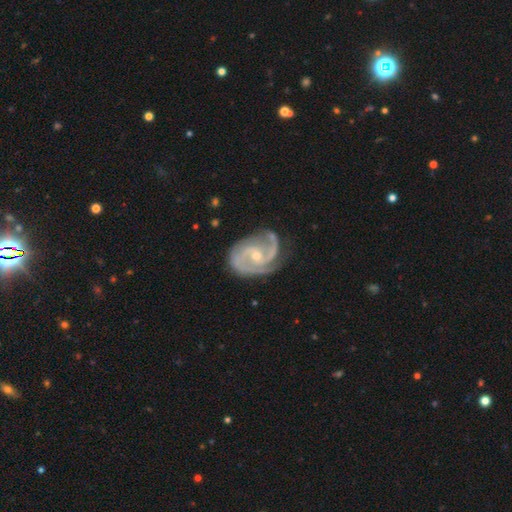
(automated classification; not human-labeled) Smooth or featured?
  - featured or disk: 93% *
  - star or artifact: 4%
  - smooth: 3%
Edge-on disk?
  - no: 98% *
  - yes: 2%
Bar?
  - no: 54% *
  - weak: 35%
  - strong: 11%
Spiral arms?
  - yes: 98% *
  - no: 2%
Spiral winding?
  - medium: 48% *
  - tight: 43%
  - loose: 9%
Spiral arm count?
  - 2: 72% *
  - 3: 15%
  - can't tell: 5%
  - 1: 3%
  - 4: 3%
  - more than 4: 2%
Bulge size?
  - small: 58% *
  - moderate: 40%
  - none: 1%
  - large: 1%
  - dominant: 1%
Merging?
  - none: 67% *
  - minor disturbance: 23%
  - major disturbance: 9%
  - merger: 2%